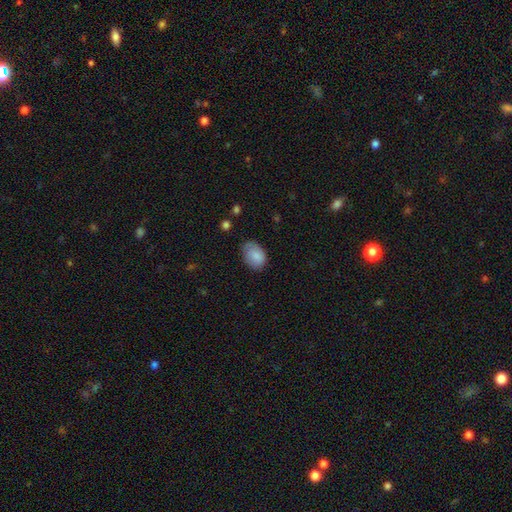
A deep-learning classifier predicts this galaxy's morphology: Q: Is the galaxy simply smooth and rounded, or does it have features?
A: smooth — 82%.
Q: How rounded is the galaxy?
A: in between — 80%.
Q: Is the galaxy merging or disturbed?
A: none — 62%.